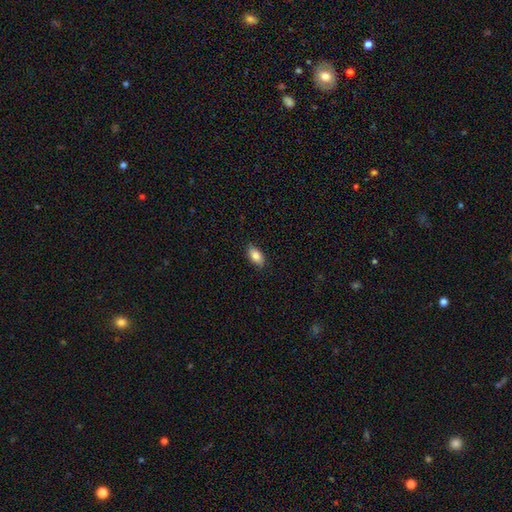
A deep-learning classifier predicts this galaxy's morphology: Q: Smooth or featured?
A: smooth (83%); runner-up: featured or disk (10%)
Q: How rounded?
A: in between (91%); runner-up: cigar-shaped (5%)
Q: Merging?
A: none (87%); runner-up: minor disturbance (10%)